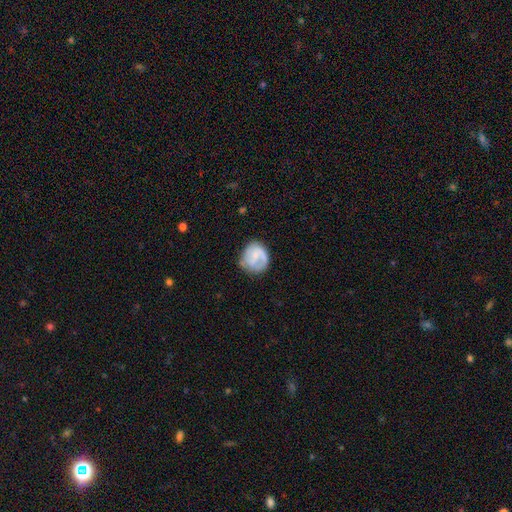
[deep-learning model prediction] Smooth or featured? Predicted: featured or disk (p=0.49). Merging? Predicted: none (p=0.63).